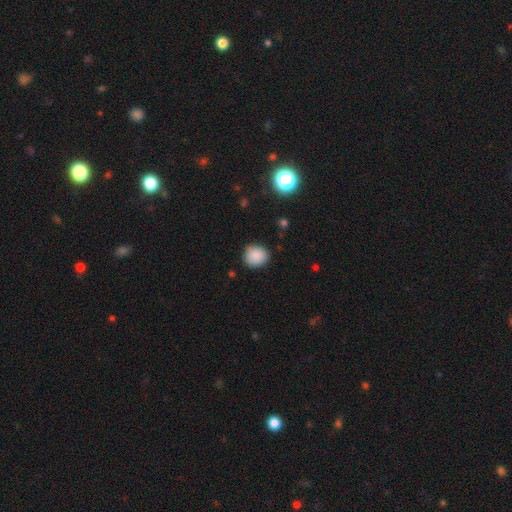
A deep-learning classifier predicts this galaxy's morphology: The model was most divided on "how rounded": round: 84%, in between: 15%, cigar-shaped: 1%. More confident: smooth or featured — smooth (87%); merging — none (84%).